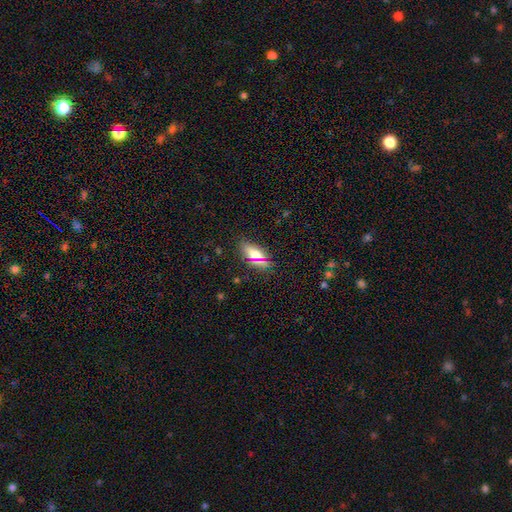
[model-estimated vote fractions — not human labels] Smooth or featured? smooth (66%)
How rounded? in between (79%)
Merging? none (81%)